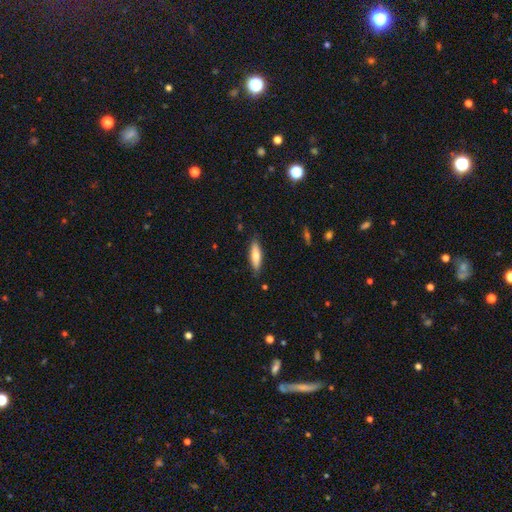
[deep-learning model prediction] Morphology: type=smooth (73%); roundness=cigar-shaped (60%); merging=none (85%).